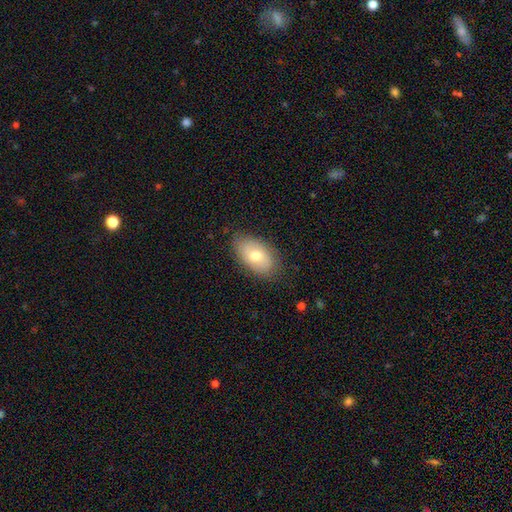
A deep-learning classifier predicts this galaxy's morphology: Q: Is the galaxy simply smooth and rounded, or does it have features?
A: smooth — 67%.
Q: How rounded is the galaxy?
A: in between — 92%.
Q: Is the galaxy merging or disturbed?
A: none — 81%.